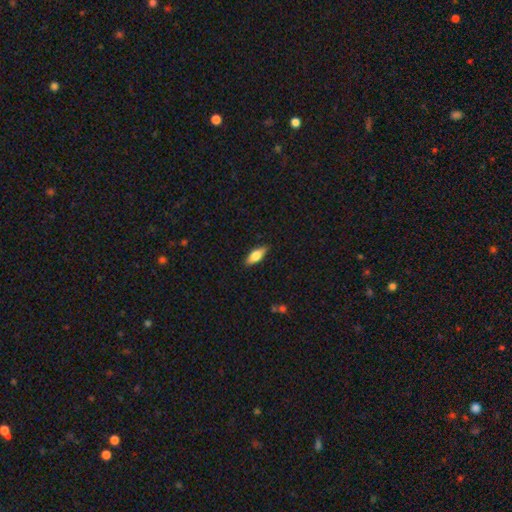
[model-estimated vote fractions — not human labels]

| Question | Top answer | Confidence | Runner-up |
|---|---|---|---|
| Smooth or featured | smooth | 71% | featured or disk (23%) |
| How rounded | in between | 72% | cigar-shaped (25%) |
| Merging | none | 87% | minor disturbance (10%) |